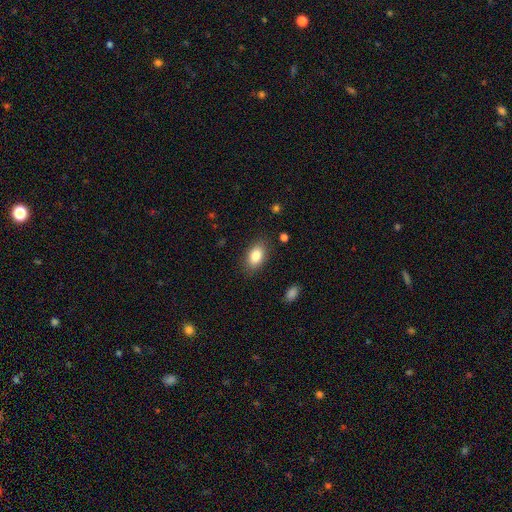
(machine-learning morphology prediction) smooth-or-featured: smooth: 85% | star or artifact: 7% | featured or disk: 7%
  how-rounded: in between: 90% | round: 8% | cigar-shaped: 2%
  merging: none: 84% | minor disturbance: 11% | major disturbance: 3% | merger: 1%